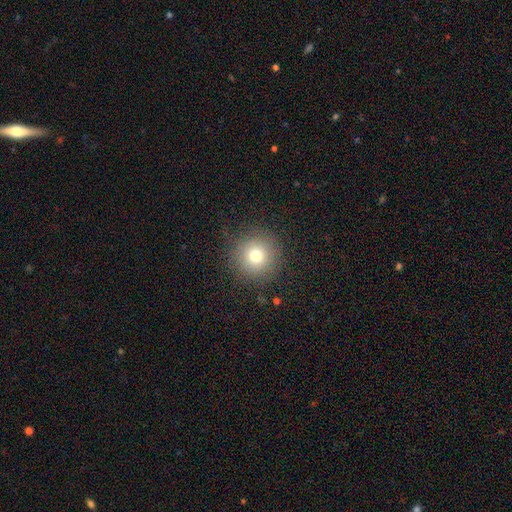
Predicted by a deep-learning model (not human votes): Smooth or featured? Predicted: smooth (p=0.75). How rounded? Predicted: round (p=0.95). Merging? Predicted: none (p=0.88).